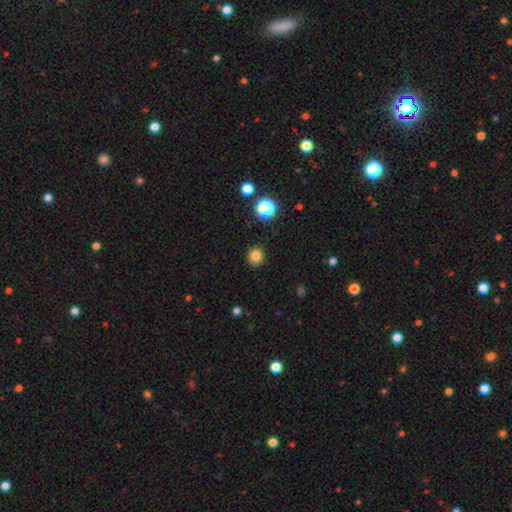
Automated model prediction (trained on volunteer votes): A smooth galaxy with no disk features (82%) that is round (86%).

Vote fractions:
- Smooth or featured? smooth: 82% / star or artifact: 13% / featured or disk: 5%
- How rounded? round: 86% / in between: 13% / cigar-shaped: 1%
- Merging? none: 90% / minor disturbance: 7% / major disturbance: 2% / merger: 1%